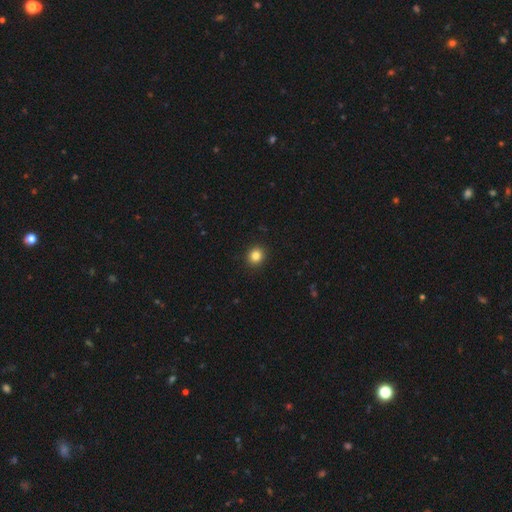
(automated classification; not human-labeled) Smooth or featured? smooth (84%)
How rounded? round (85%)
Merging? none (92%)